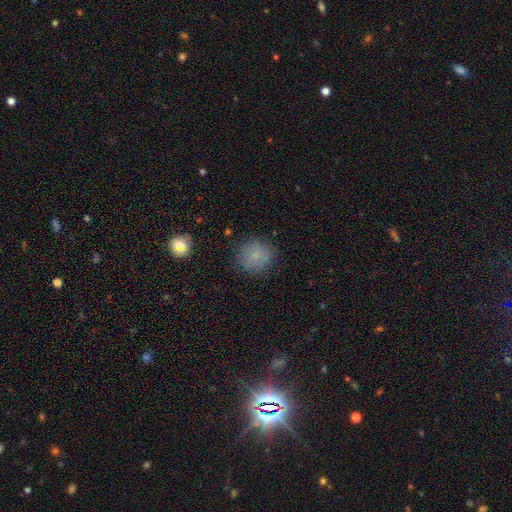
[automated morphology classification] Smooth or featured? smooth (79%)
How rounded? round (84%)
Merging? none (81%)